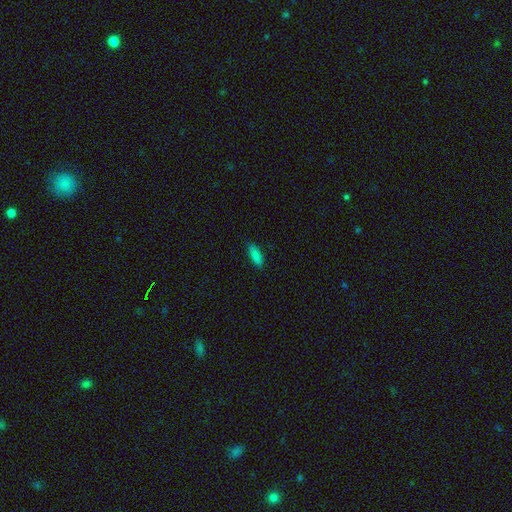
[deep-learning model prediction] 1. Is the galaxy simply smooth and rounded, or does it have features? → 86% smooth, 8% star or artifact, 6% featured or disk.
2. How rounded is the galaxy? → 64% in between, 34% cigar-shaped, 2% round.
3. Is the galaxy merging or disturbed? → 85% none, 12% minor disturbance, 2% major disturbance, 1% merger.